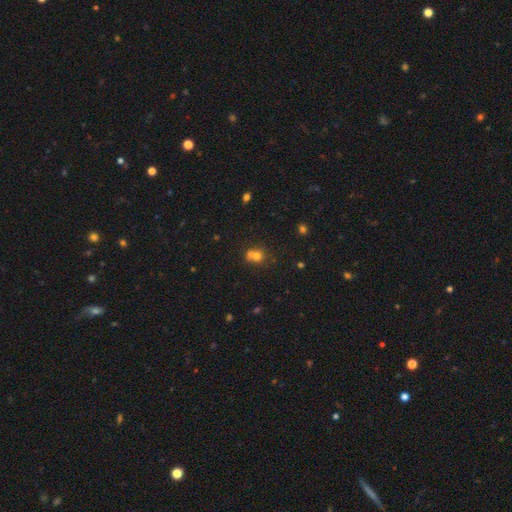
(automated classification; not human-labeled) A smooth galaxy with no disk features (69%) that is round (76%).

Vote fractions:
- Smooth or featured? smooth: 69% / star or artifact: 17% / featured or disk: 15%
- How rounded? round: 76% / in between: 23% / cigar-shaped: 1%
- Merging? merger: 52% / none: 36% / minor disturbance: 8% / major disturbance: 4%